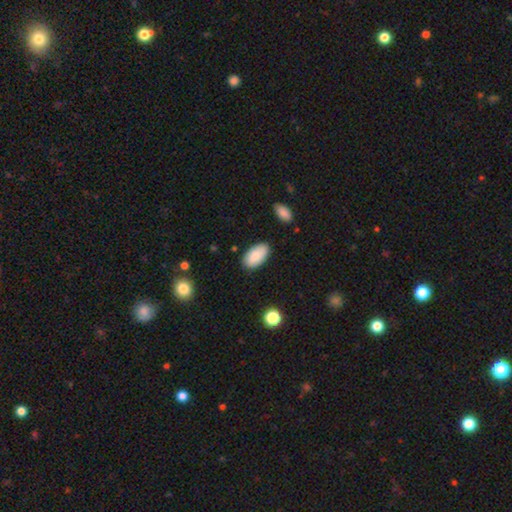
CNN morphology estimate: smooth_or_featured: smooth (p=0.87) [alt: featured or disk p=0.07]
how_rounded: in between (p=0.96) [alt: round p=0.03]
merging: none (p=0.83) [alt: minor disturbance p=0.12]